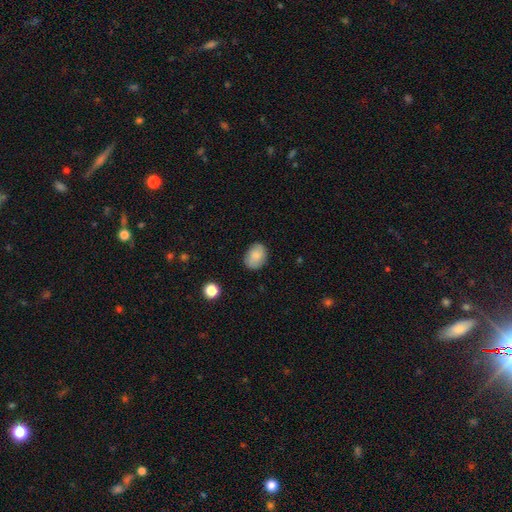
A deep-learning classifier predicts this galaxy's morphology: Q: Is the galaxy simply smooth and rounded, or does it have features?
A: smooth — 82%.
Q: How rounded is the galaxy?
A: in between — 67%.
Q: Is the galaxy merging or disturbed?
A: none — 81%.